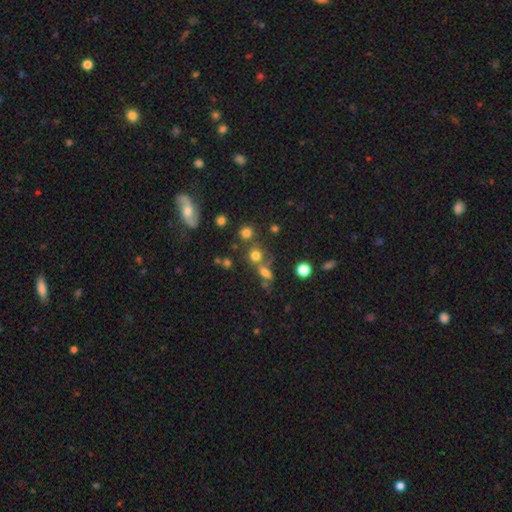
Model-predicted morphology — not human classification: type=smooth (69%); roundness=round (80%); merging=none (56%).